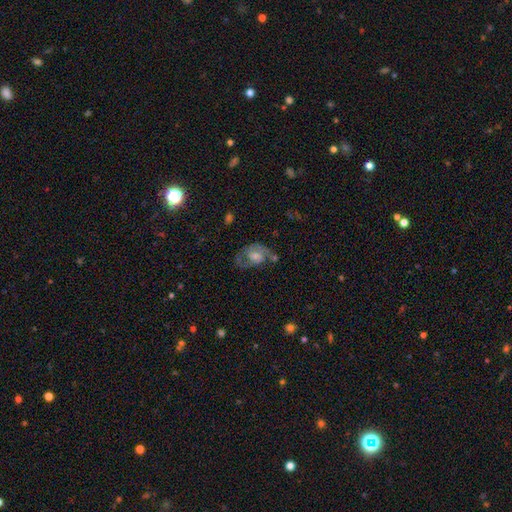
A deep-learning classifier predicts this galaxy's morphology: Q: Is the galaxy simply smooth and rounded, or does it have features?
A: featured or disk — 62%.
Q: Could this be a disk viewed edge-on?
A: no — 96%.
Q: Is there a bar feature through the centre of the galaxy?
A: no — 56%.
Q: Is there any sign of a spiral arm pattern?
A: yes — 78%.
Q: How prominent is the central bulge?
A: moderate — 47%.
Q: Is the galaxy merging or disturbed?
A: none — 45%.